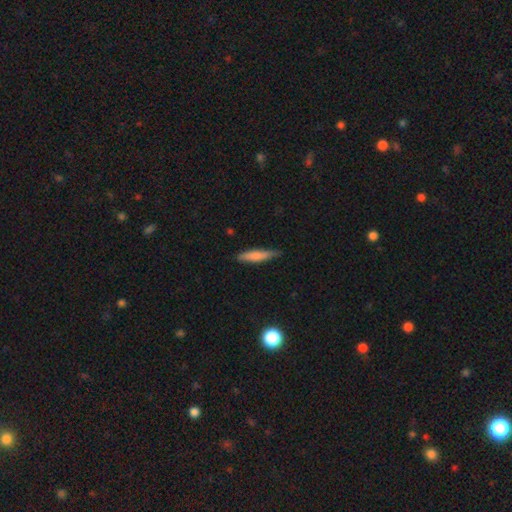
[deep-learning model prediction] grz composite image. It shows a smooth galaxy with no disk features (77%) that is cigar-shaped (82%). Merging: none (76%).